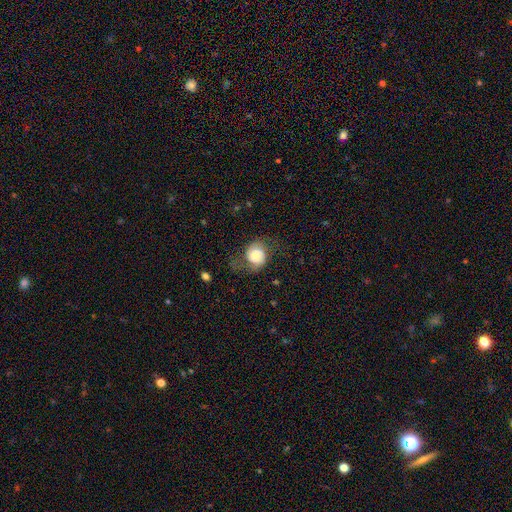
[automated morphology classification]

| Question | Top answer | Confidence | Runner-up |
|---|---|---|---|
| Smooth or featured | smooth | 50% | featured or disk (41%) |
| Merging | none | 52% | minor disturbance (24%) |